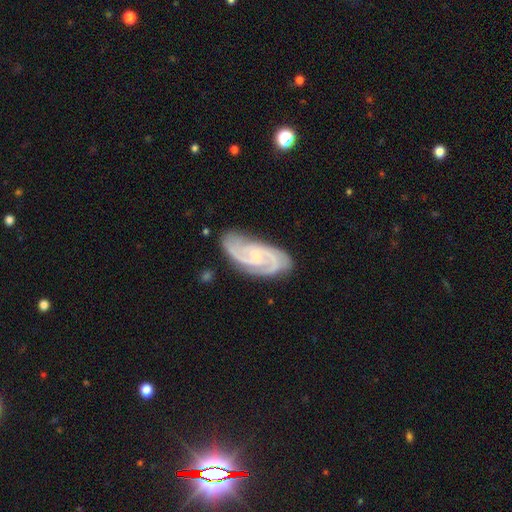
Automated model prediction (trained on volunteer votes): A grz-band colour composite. It shows a featured or disk galaxy (86%) with no bar (50%), 2 (38%, tied with 3) tight (52%) spiral arms (98%) and a small central bulge (51%). Merging: none (76%).